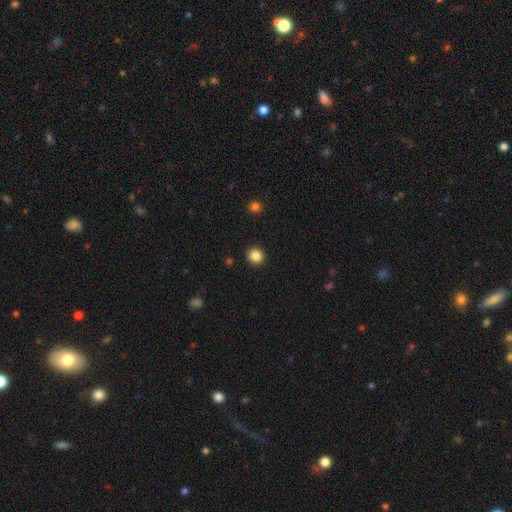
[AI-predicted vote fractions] A smooth galaxy with no disk features (86%) that is round (90%).

Vote fractions:
- Smooth or featured? smooth: 86% / star or artifact: 10% / featured or disk: 4%
- How rounded? round: 90% / in between: 9% / cigar-shaped: 1%
- Merging? none: 92% / minor disturbance: 5% / major disturbance: 2% / merger: 1%